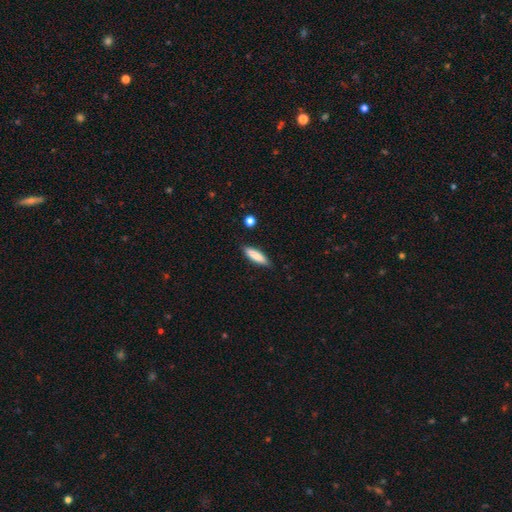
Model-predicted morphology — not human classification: Overall: smooth (84%). How rounded: cigar-shaped (66%; in between 32%). Merging: none (85%).